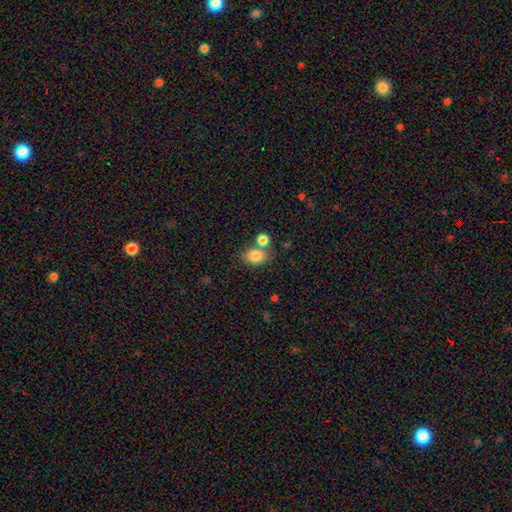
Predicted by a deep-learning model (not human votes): smooth_or_featured: smooth (p=0.83) [alt: star or artifact p=0.10]
how_rounded: in between (p=0.58) [alt: round p=0.41]
merging: none (p=0.55) [alt: merger p=0.29]